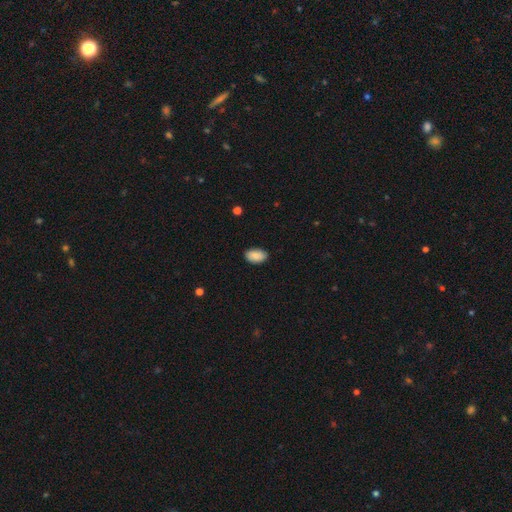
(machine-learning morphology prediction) A smooth galaxy with no disk features (88%) that is in between round and cigar-shaped (93%). Merging: none (83%).